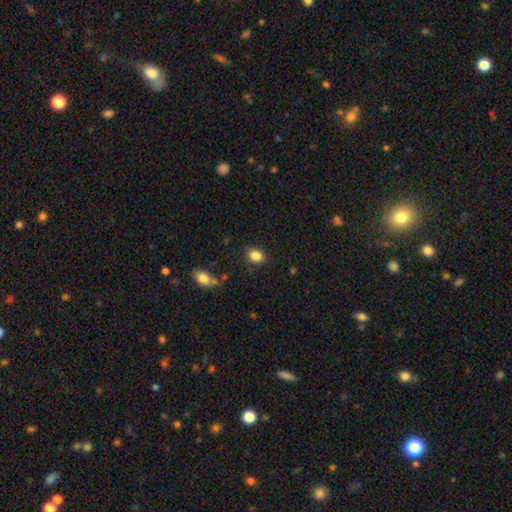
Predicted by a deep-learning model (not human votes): Smooth or featured?
  - smooth: 86% *
  - star or artifact: 9%
  - featured or disk: 5%
How rounded?
  - in between: 60% *
  - round: 39%
  - cigar-shaped: 1%
Merging?
  - none: 84% *
  - minor disturbance: 11%
  - major disturbance: 3%
  - merger: 2%